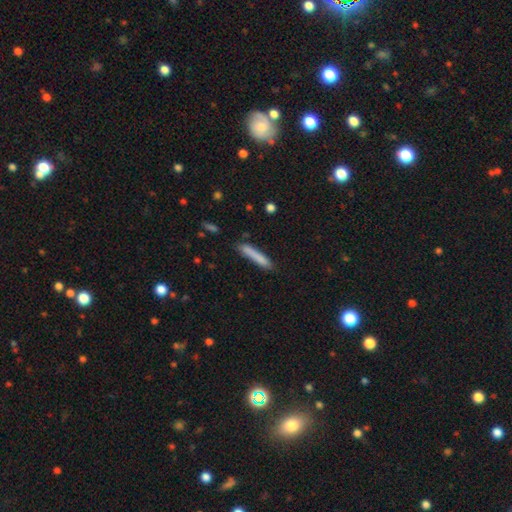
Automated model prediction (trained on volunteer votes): Smooth or featured? Predicted: smooth (p=0.81). How rounded? Predicted: cigar-shaped (p=0.93). Merging? Predicted: none (p=0.81).